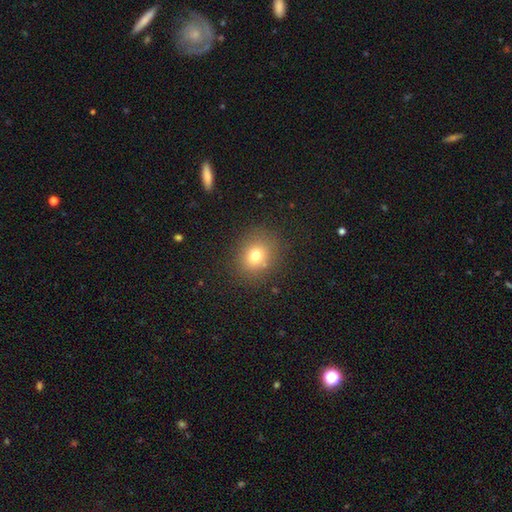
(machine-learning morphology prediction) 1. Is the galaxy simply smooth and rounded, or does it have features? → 75% smooth, 15% star or artifact, 10% featured or disk.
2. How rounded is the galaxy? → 68% round, 31% in between, 1% cigar-shaped.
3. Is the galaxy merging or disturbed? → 84% none, 10% minor disturbance, 4% major disturbance, 2% merger.